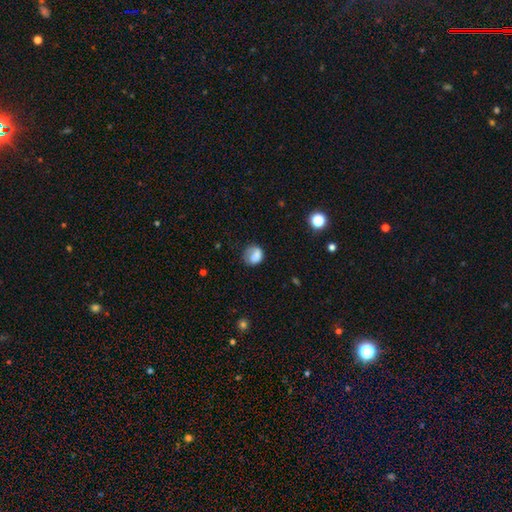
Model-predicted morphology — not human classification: A smooth galaxy with no disk features (75%) that is round (57%). Merging: none (50%).